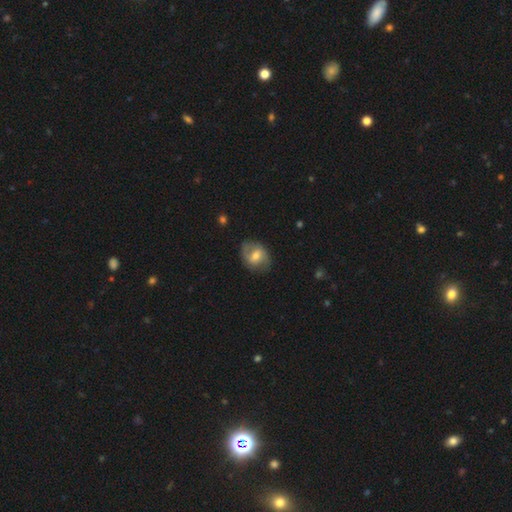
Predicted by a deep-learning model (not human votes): Smooth or featured? featured or disk (54%)
Edge-on disk? no (96%)
Bar? weak (51%)
Spiral arms? yes (79%)
Bulge size? moderate (63%)
Merging? none (75%)